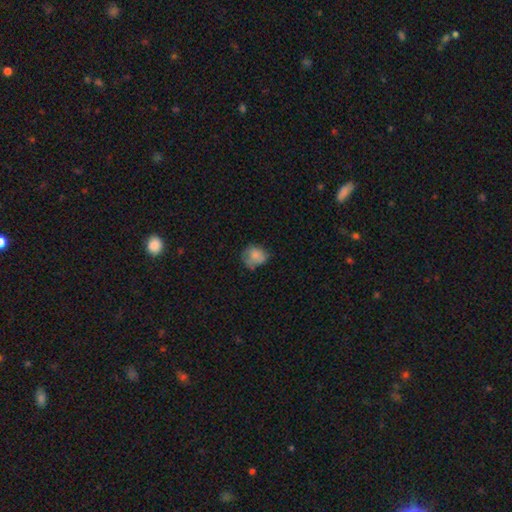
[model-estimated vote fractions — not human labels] Smooth or featured? Predicted: smooth (p=0.74). How rounded? Predicted: round (p=0.68). Merging? Predicted: none (p=0.52).